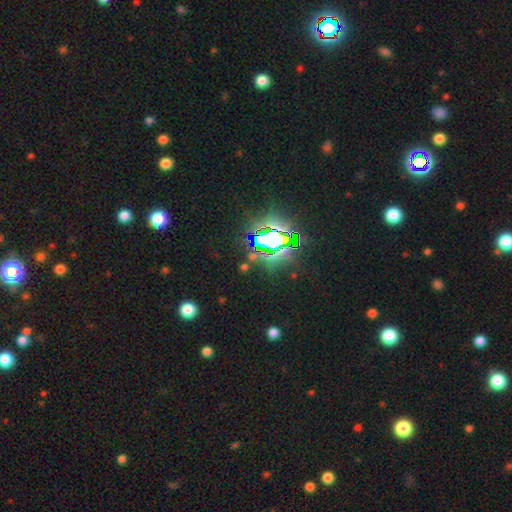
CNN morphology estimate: A star or artifact, not a galaxy (78%).

Vote fractions:
- Smooth or featured? star or artifact: 78% / smooth: 13% / featured or disk: 9%